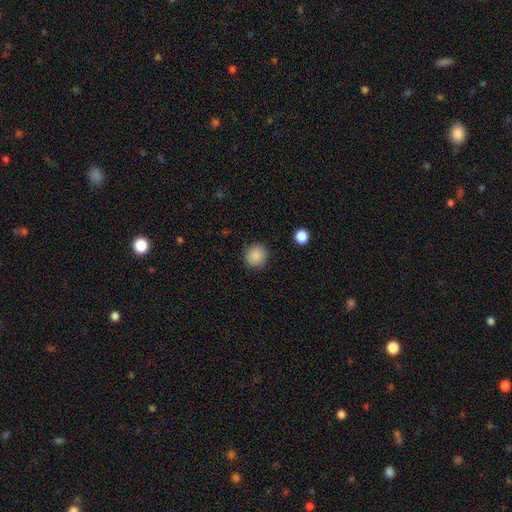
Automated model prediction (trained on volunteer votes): Overall: smooth (87%). How rounded: round (92%). Merging: none (91%).